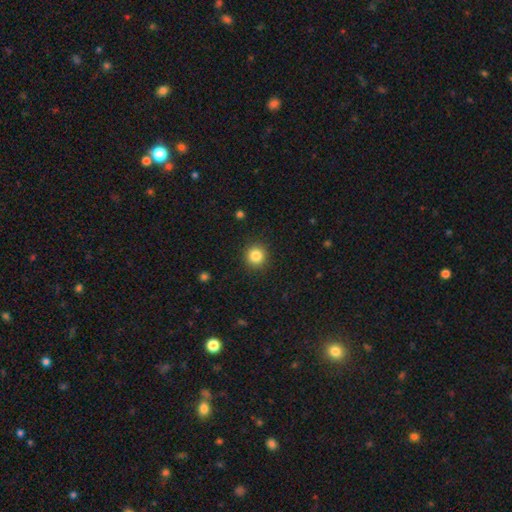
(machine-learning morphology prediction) smooth 84%, star or artifact 11%, featured or disk 5%. Down the decision tree: how rounded — round (93%); merging — none (91%).